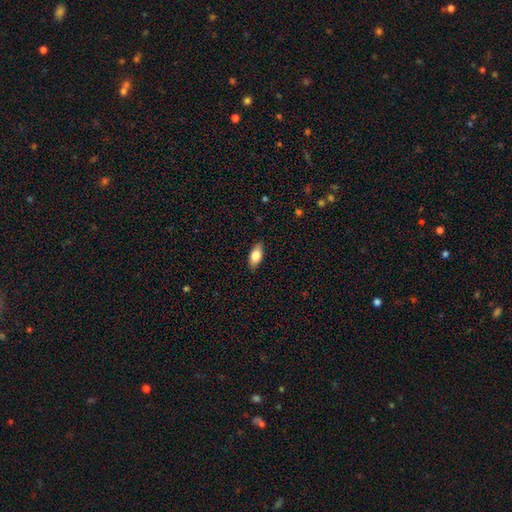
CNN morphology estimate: This is likely a smooth galaxy (76%). How rounded: clearly in between (86%). Merging: clearly none (86%).